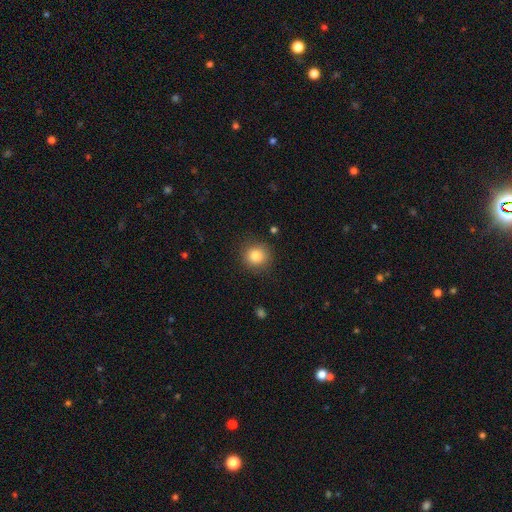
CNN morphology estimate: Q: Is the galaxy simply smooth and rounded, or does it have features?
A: smooth — 84%.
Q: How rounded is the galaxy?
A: round — 89%.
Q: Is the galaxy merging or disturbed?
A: none — 87%.